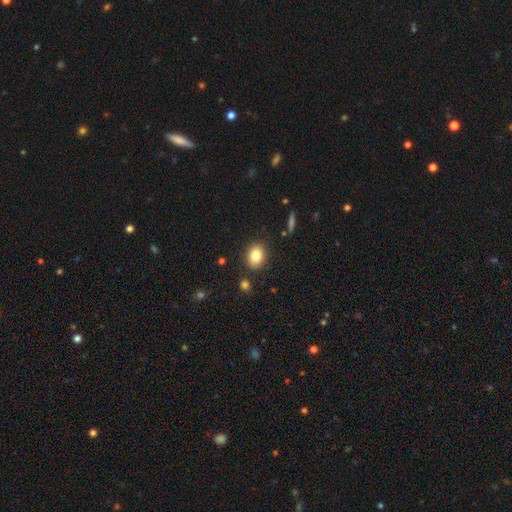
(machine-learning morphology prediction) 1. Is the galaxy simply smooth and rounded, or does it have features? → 85% smooth, 9% star or artifact, 7% featured or disk.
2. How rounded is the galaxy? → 63% in between, 36% round, 1% cigar-shaped.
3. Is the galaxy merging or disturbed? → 86% none, 9% minor disturbance, 3% merger, 3% major disturbance.